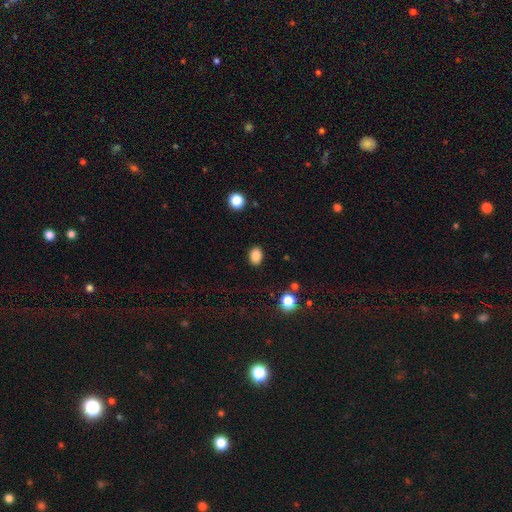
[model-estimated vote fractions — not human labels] smooth 86%, star or artifact 10%, featured or disk 4%. Down the decision tree: how rounded — in between (71%); merging — none (89%).